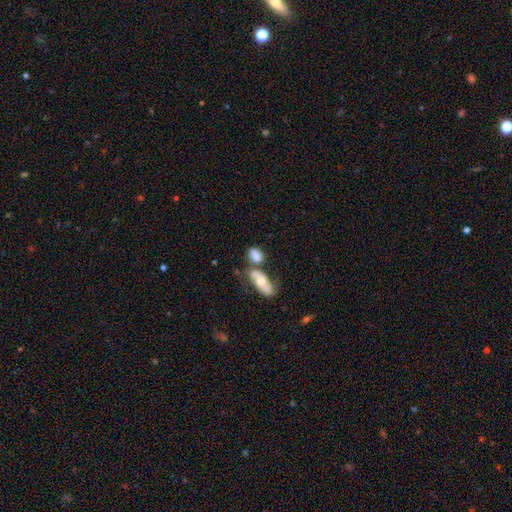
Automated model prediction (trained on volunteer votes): Smooth or featured? smooth (72%)
How rounded? in between (81%)
Merging? none (41%)